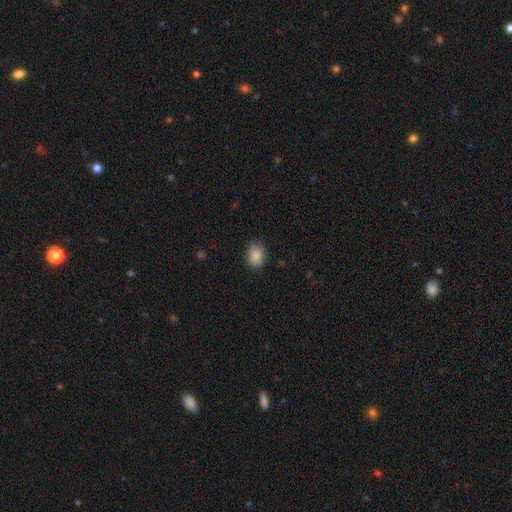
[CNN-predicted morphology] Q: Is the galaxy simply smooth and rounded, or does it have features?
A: smooth — 88%.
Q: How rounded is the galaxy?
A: in between — 64%.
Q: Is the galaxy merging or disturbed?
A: none — 84%.